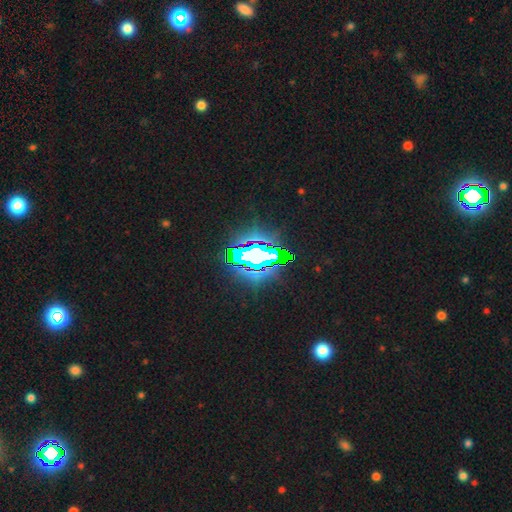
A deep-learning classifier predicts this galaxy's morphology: This is likely a star or artifact rather than a galaxy (70%).